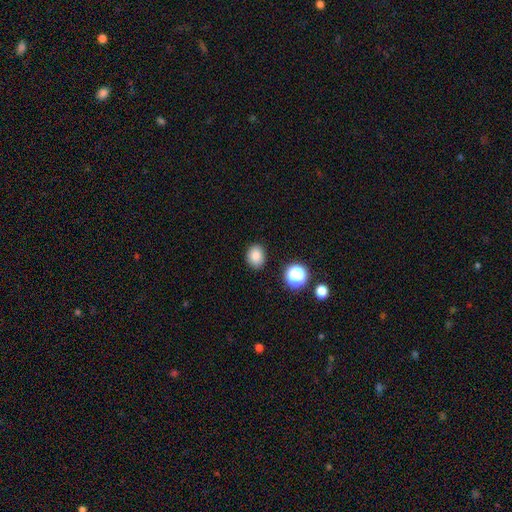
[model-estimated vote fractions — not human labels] Smooth or featured? Predicted: smooth (p=0.83). How rounded? Predicted: round (p=0.56). Merging? Predicted: none (p=0.87).